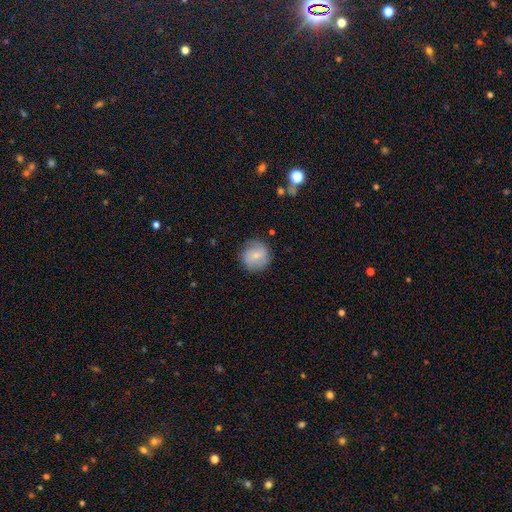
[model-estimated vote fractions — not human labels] Smooth or featured?
  - smooth: 69% *
  - featured or disk: 23%
  - star or artifact: 8%
How rounded?
  - round: 92% *
  - in between: 7%
  - cigar-shaped: 1%
Merging?
  - none: 79% *
  - minor disturbance: 15%
  - major disturbance: 4%
  - merger: 1%